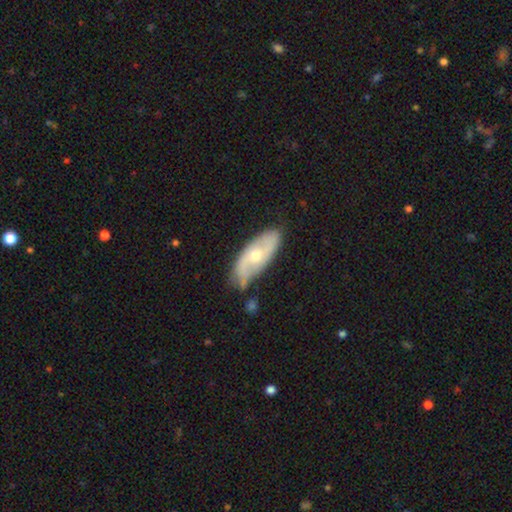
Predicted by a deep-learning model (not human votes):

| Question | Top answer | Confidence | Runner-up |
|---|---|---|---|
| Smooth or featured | featured or disk | 59% | smooth (36%) |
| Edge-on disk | no | 83% | yes (17%) |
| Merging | none | 64% | minor disturbance (25%) |